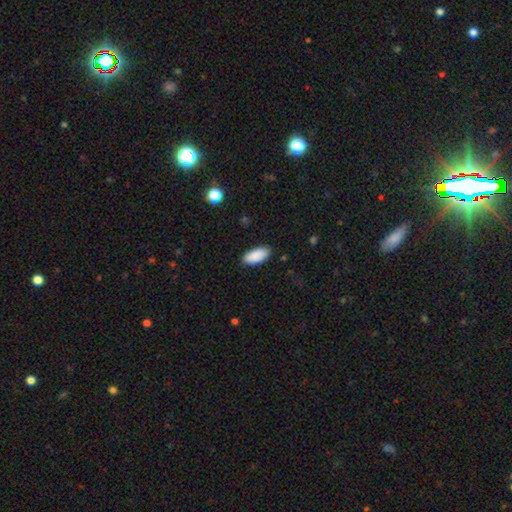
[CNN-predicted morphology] A smooth galaxy with no disk features (90%) that is in between round and cigar-shaped (91%). Merging: none (87%).